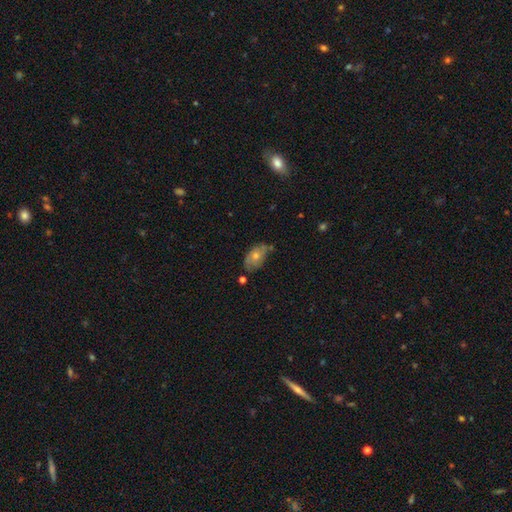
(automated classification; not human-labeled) Smooth or featured: smooth — 45% (featured or disk — 41%)
Merging: none — 58% (minor disturbance — 28%)